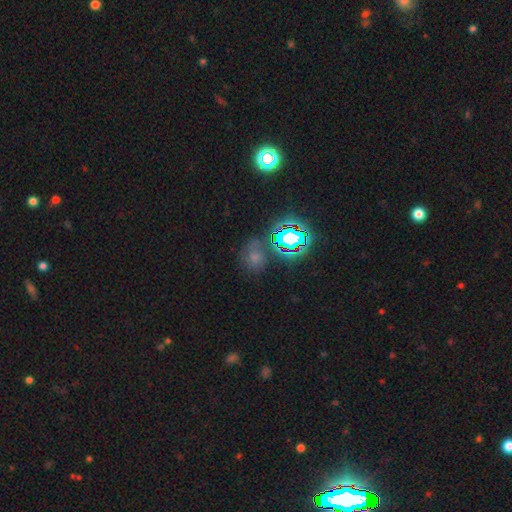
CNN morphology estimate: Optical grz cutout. It shows a star or artifact, not a galaxy (47%).